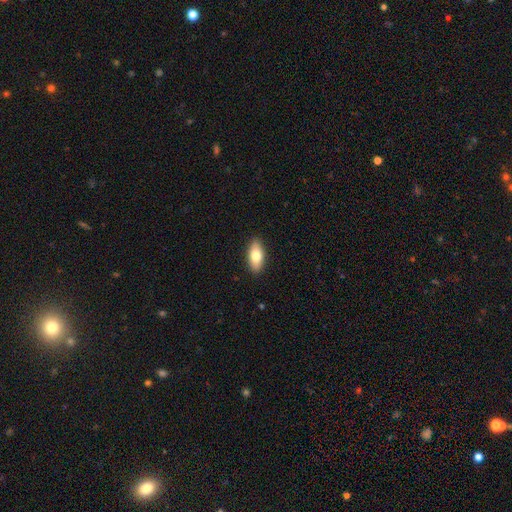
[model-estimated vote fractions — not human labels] Smooth or featured: smooth — 75% (featured or disk — 19%)
How rounded: in between — 86% (cigar-shaped — 11%)
Merging: none — 90% (minor disturbance — 7%)